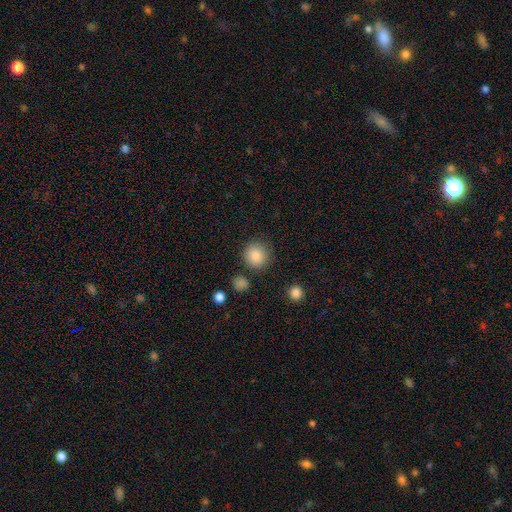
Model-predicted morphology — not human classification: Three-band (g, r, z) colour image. It shows a smooth galaxy with no disk features (86%) that is round (91%). Merging: none (86%).